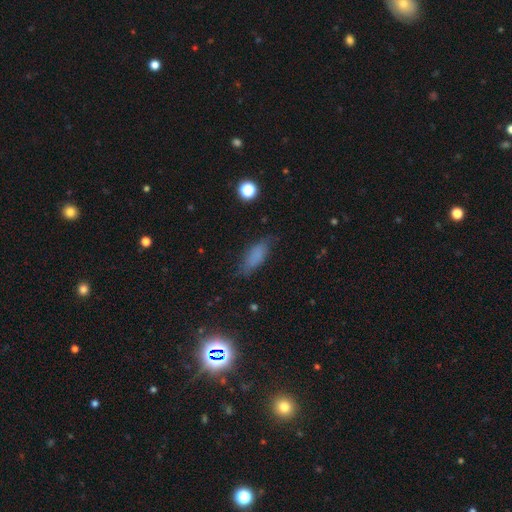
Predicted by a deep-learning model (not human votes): Smooth or featured: smooth — 74% (featured or disk — 13%)
How rounded: in between — 70% (cigar-shaped — 27%)
Merging: none — 69% (minor disturbance — 23%)